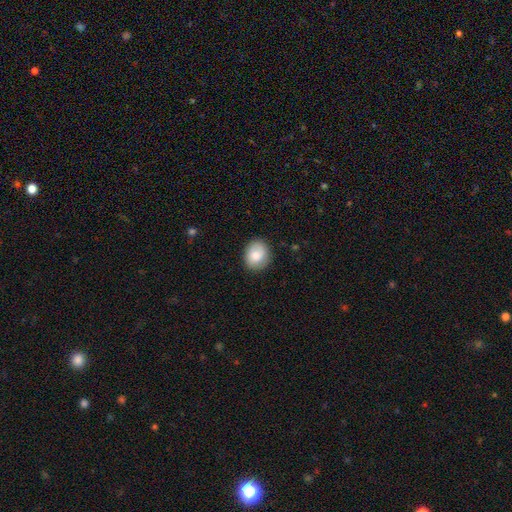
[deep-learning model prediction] Morphology: type=smooth (80%); roundness=round (59%); merging=none (85%).